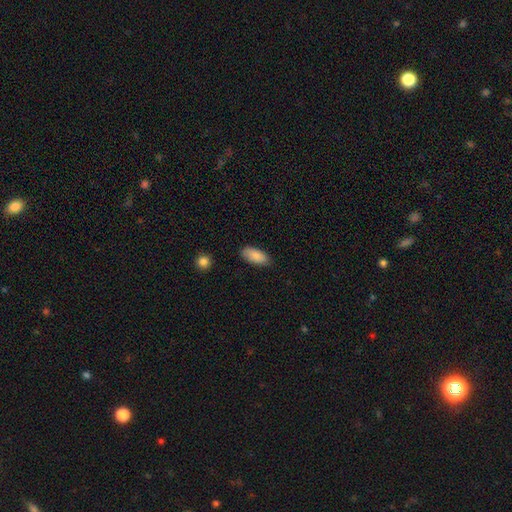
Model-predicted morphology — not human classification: smooth 88%, star or artifact 6%, featured or disk 6%. Down the decision tree: how rounded — in between (89%); merging — none (85%).